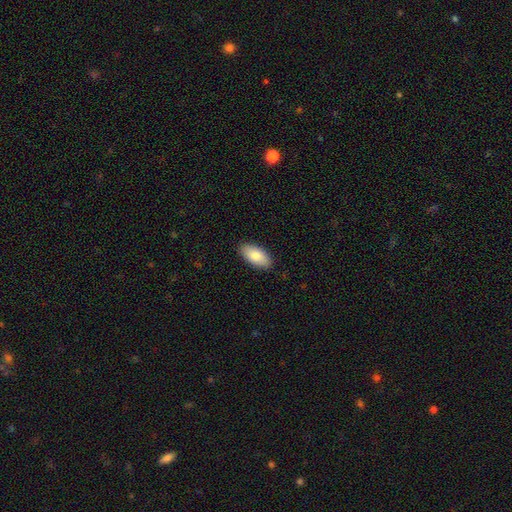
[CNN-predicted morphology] Smooth or featured? Predicted: smooth (p=0.85). How rounded? Predicted: in between (p=0.93). Merging? Predicted: none (p=0.89).